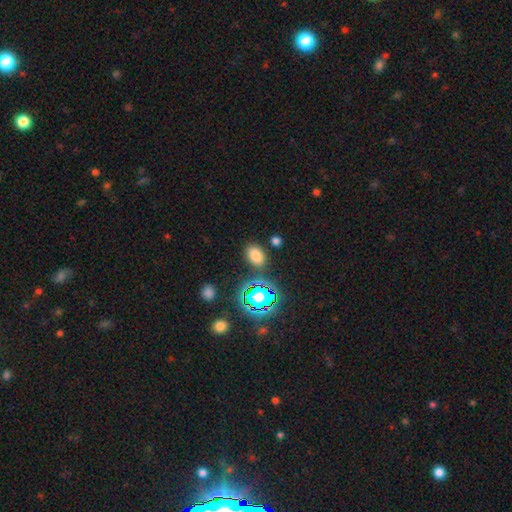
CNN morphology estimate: A smooth galaxy with no disk features (73%) that is in between round and cigar-shaped (82%). Merging: none (83%).